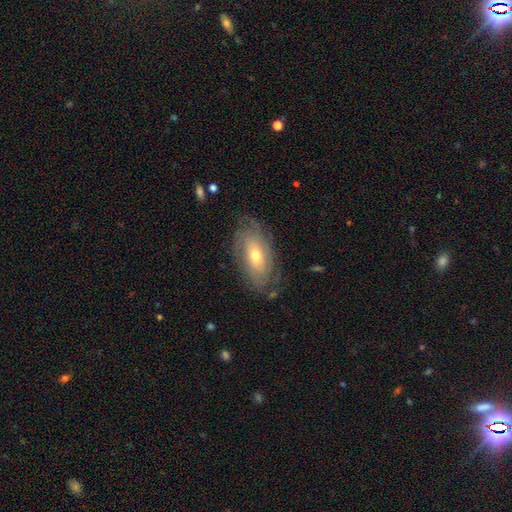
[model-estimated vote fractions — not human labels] Smooth or featured: featured or disk — 67% (smooth — 26%)
Edge-on disk: no — 89% (yes — 11%)
Bar: no — 70% (weak — 24%)
Spiral arms: yes — 77% (no — 23%)
Bulge size: moderate — 58% (small — 37%)
Merging: none — 76% (minor disturbance — 17%)